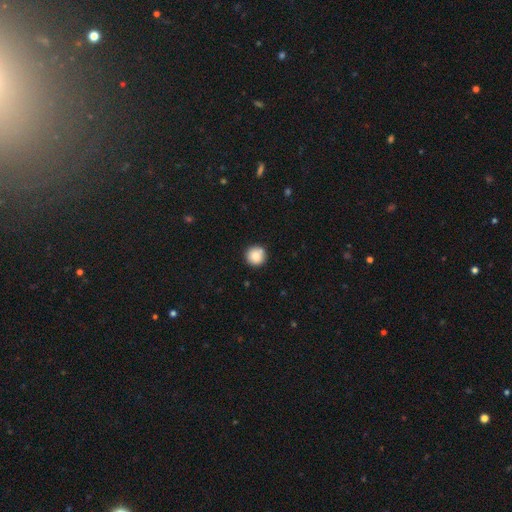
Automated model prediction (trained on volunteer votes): Smooth or featured?
  - smooth: 86% *
  - star or artifact: 9%
  - featured or disk: 5%
How rounded?
  - round: 95% *
  - in between: 4%
  - cigar-shaped: 1%
Merging?
  - none: 85% *
  - minor disturbance: 9%
  - merger: 3%
  - major disturbance: 2%